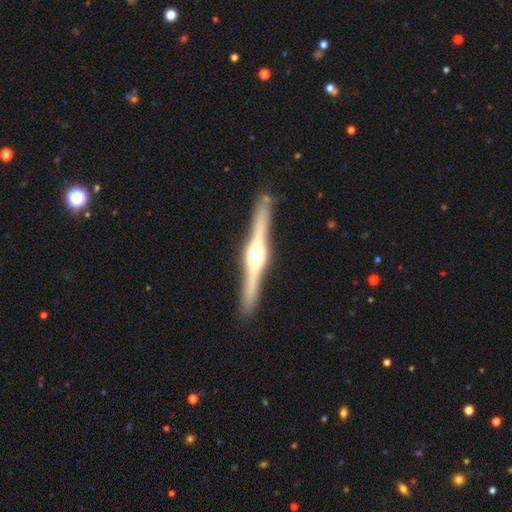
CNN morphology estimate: Smooth or featured?
  - featured or disk: 84% *
  - smooth: 11%
  - star or artifact: 5%
Edge-on disk?
  - yes: 98% *
  - no: 2%
Edge-on bulge?
  - rounded: 92% *
  - boxy: 6%
  - none: 2%
Merging?
  - none: 89% *
  - minor disturbance: 8%
  - merger: 2%
  - major disturbance: 2%